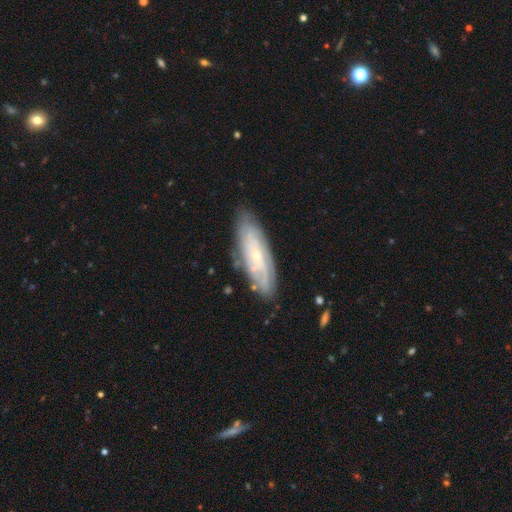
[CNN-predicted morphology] This is likely a featured or disk galaxy (72%). It is clearly not viewed edge-on (82%). Bar: likely no (72%). Spiral arm pattern: clearly yes (87%). Spiral arm count: possibly can't tell (56%). Spiral winding: likely tight (68%). Central bulge: likely small (79%). Merging: likely none (79%).